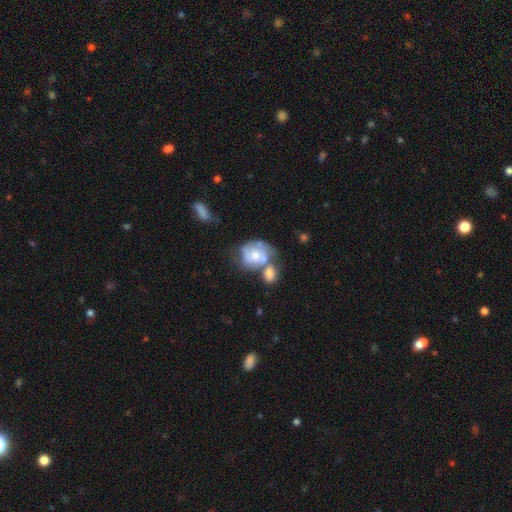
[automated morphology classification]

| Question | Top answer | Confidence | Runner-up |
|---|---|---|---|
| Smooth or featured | featured or disk | 54% | smooth (39%) |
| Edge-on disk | no | 97% | yes (3%) |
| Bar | no | 77% | weak (20%) |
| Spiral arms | yes | 67% | no (33%) |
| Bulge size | moderate | 54% | small (29%) |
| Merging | merger | 45% | none (25%) |